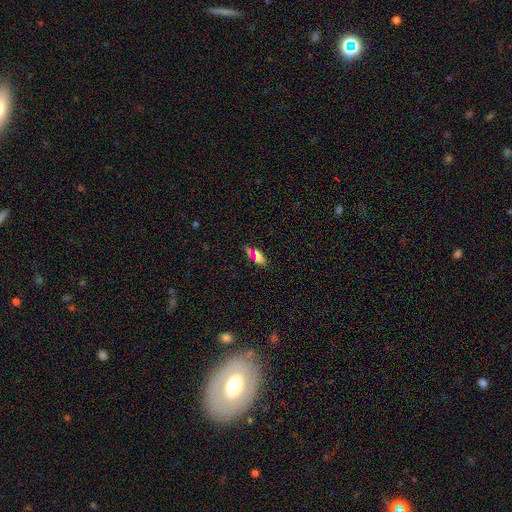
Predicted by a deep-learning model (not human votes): smooth_or_featured: smooth (p=0.68) [alt: star or artifact p=0.18]
how_rounded: in between (p=0.72) [alt: cigar-shaped p=0.24]
merging: none (p=0.74) [alt: minor disturbance p=0.14]